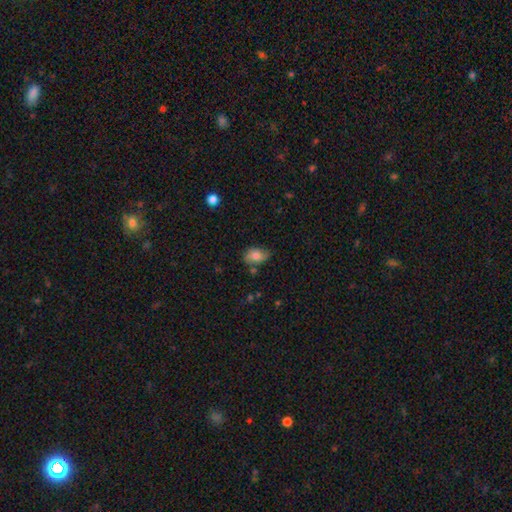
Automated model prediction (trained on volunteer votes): This is likely a smooth galaxy (68%). How rounded: clearly in between (83%). Merging: likely none (61%).